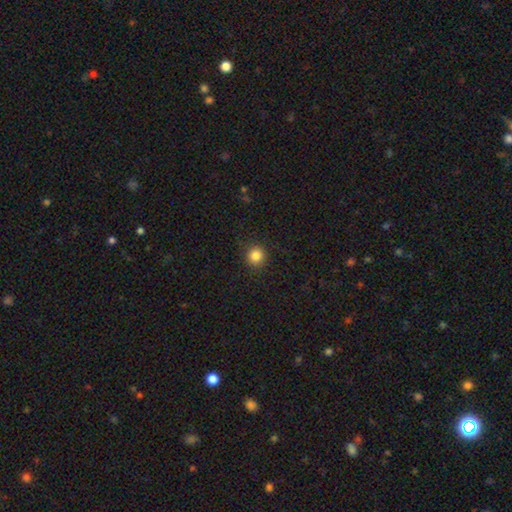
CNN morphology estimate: Smooth or featured: smooth — 85% (star or artifact — 11%)
How rounded: round — 94% (in between — 5%)
Merging: none — 91% (minor disturbance — 6%)